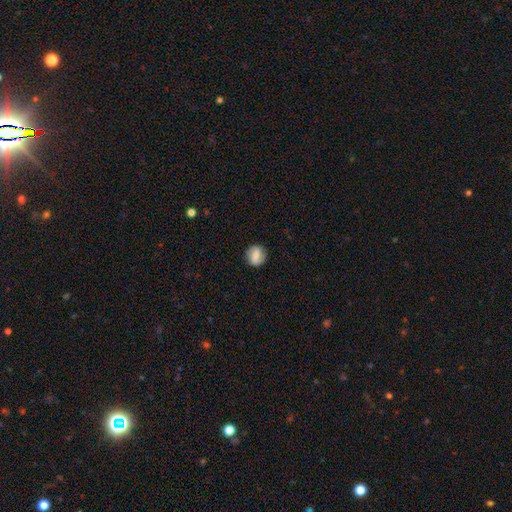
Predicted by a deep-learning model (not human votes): smooth-or-featured: smooth: 52% | featured or disk: 39% | star or artifact: 9%
  how-rounded: round: 75% | in between: 24% | cigar-shaped: 2%
  merging: none: 84% | minor disturbance: 11% | major disturbance: 4% | merger: 1%